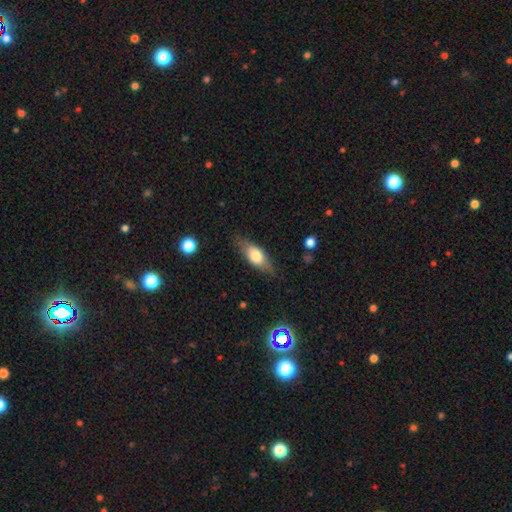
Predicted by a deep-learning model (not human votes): smooth-or-featured: smooth: 65% | featured or disk: 29% | star or artifact: 6%
  how-rounded: in between: 71% | cigar-shaped: 25% | round: 4%
  merging: none: 79% | minor disturbance: 16% | major disturbance: 4% | merger: 1%